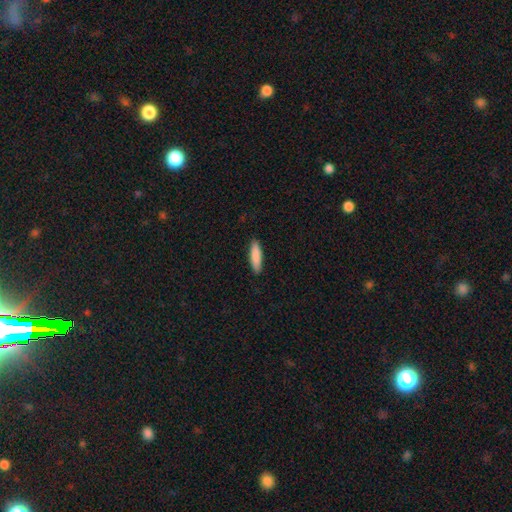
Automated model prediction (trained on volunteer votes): smooth-or-featured: smooth: 87% | featured or disk: 7% | star or artifact: 6%
  how-rounded: cigar-shaped: 71% | in between: 27% | round: 1%
  merging: none: 89% | minor disturbance: 8% | major disturbance: 2% | merger: 1%